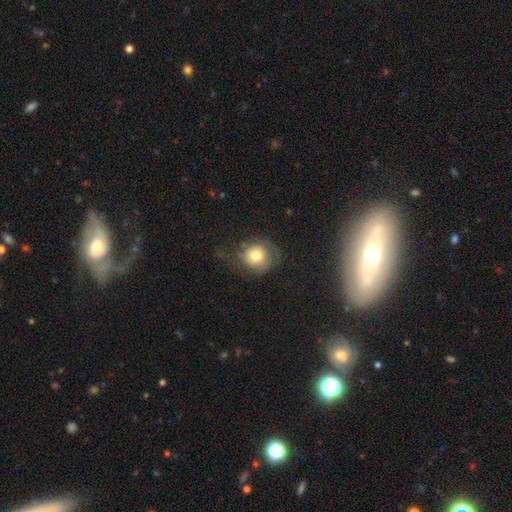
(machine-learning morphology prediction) A smooth galaxy with no disk features (73%) that is round (87%). Merging: none (54%).